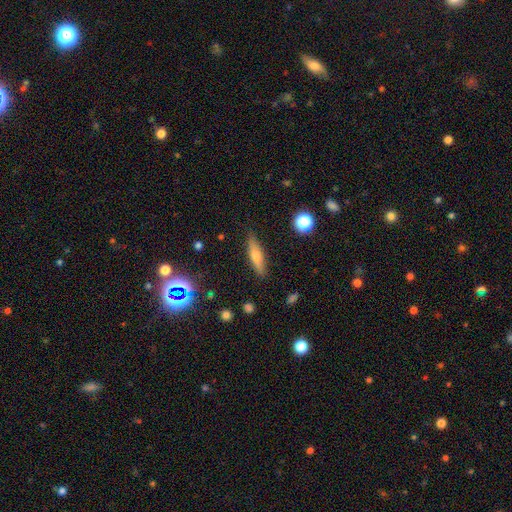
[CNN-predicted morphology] smooth-or-featured: smooth: 58% | featured or disk: 31% | star or artifact: 11%
  how-rounded: cigar-shaped: 73% | in between: 24% | round: 3%
  merging: none: 86% | minor disturbance: 10% | major disturbance: 2% | merger: 2%